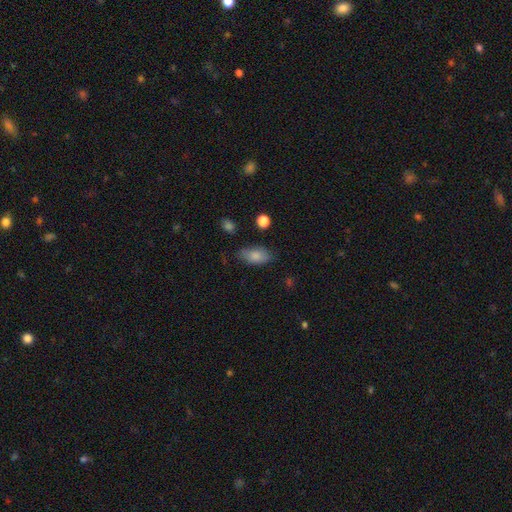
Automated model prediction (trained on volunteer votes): Smooth or featured: smooth — 83% (featured or disk — 9%)
How rounded: in between — 90% (cigar-shaped — 5%)
Merging: none — 73% (minor disturbance — 20%)